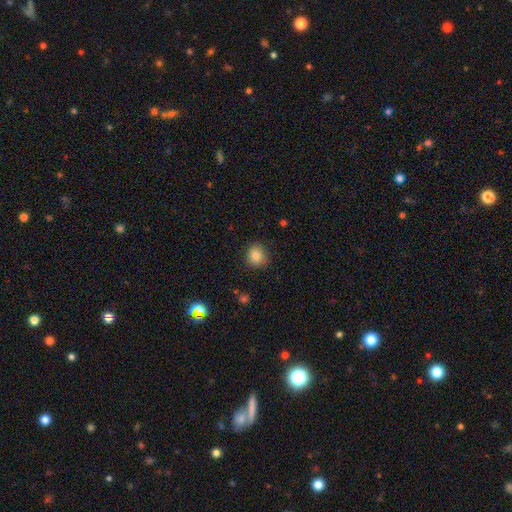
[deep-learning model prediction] smooth_or_featured: smooth (p=0.84) [alt: star or artifact p=0.11]
how_rounded: round (p=0.83) [alt: in between p=0.16]
merging: none (p=0.86) [alt: minor disturbance p=0.10]